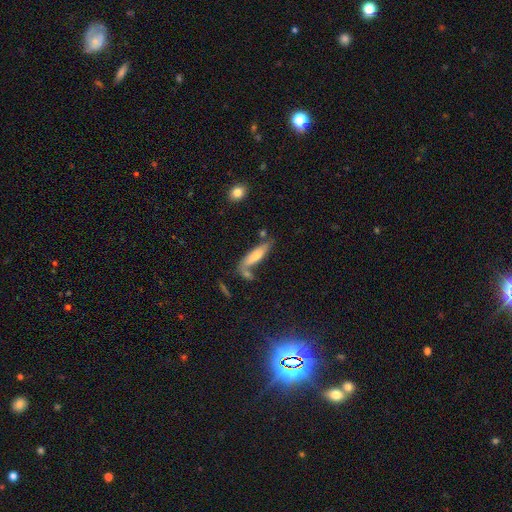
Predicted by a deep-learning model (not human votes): Smooth or featured: smooth — 64% (featured or disk — 29%)
How rounded: cigar-shaped — 69% (in between — 29%)
Merging: none — 53% (merger — 21%)